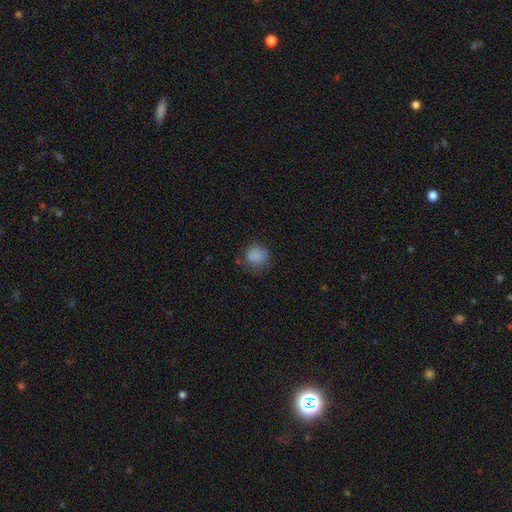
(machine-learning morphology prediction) A smooth galaxy with no disk features (85%) that is round (86%). Merging: none (73%).